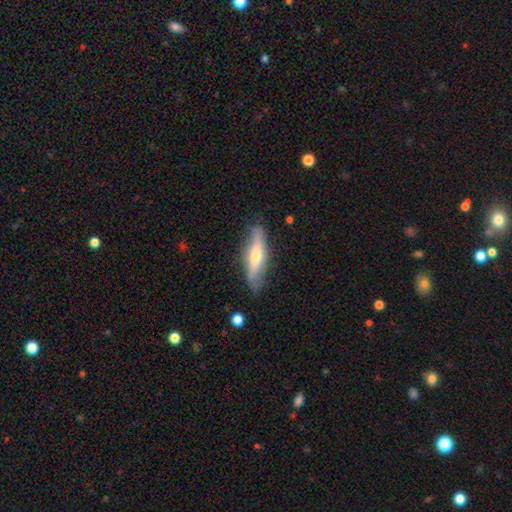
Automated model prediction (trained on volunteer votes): Overall: featured or disk (49%; smooth 45%). Merging: none (78%).